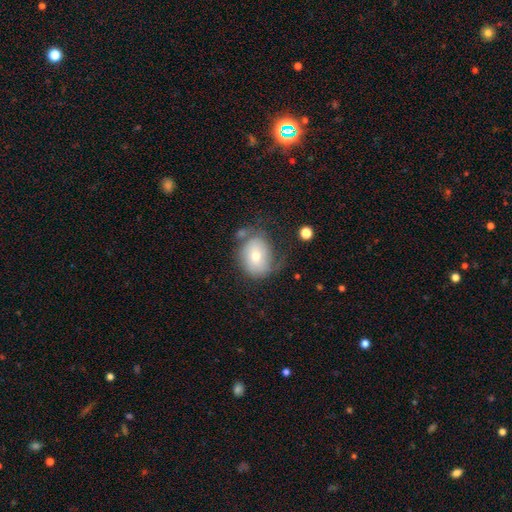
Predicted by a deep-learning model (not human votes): The model was most divided on "how rounded": round: 51%, in between: 48%, cigar-shaped: 1%. Remaining: smooth or featured — smooth (60%); merging — none (44%).